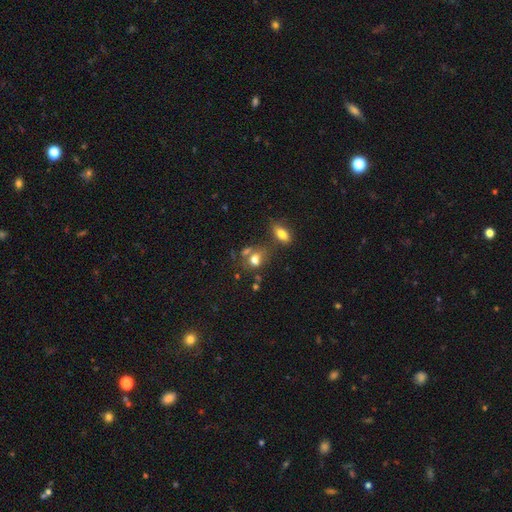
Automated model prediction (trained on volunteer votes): This is likely a smooth galaxy (61%). How rounded: possibly round (52%). Merging: possibly none (47%).